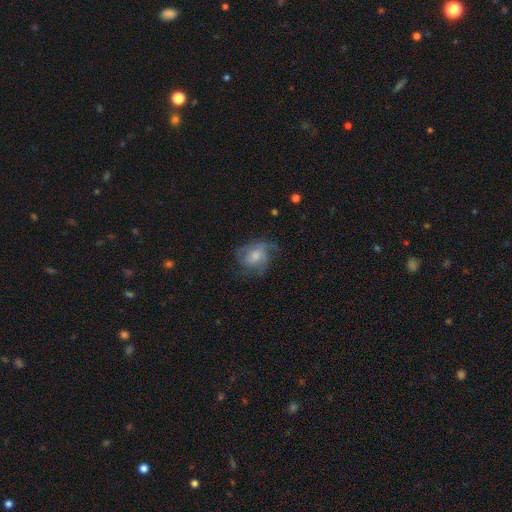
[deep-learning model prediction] Smooth or featured: featured or disk — 54% (smooth — 38%)
Edge-on disk: no — 97% (yes — 3%)
Bar: no — 70% (weak — 27%)
Spiral arms: yes — 79% (no — 21%)
Bulge size: moderate — 49% (small — 32%)
Merging: none — 50% (minor disturbance — 26%)